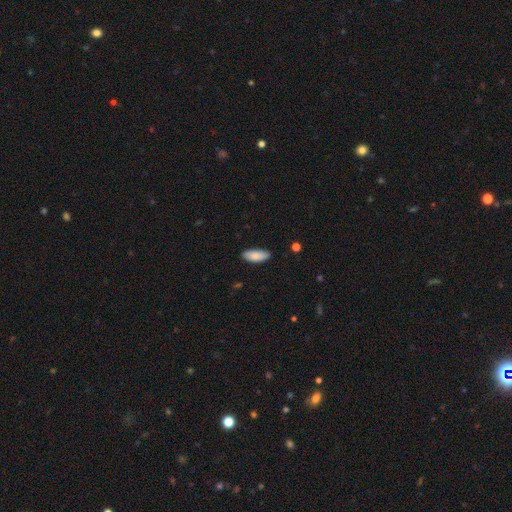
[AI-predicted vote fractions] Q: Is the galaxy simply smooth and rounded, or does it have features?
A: smooth — 85%.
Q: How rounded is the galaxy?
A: in between — 82%.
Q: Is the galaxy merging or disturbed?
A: none — 86%.